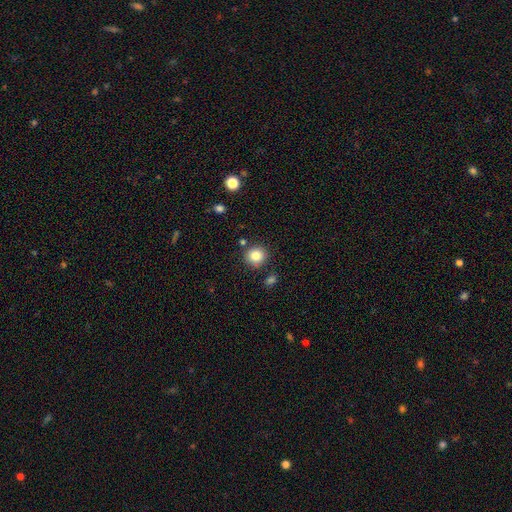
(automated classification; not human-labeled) smooth-or-featured: smooth: 84% | star or artifact: 10% | featured or disk: 6%
  how-rounded: round: 90% | in between: 9% | cigar-shaped: 1%
  merging: none: 85% | minor disturbance: 8% | merger: 5% | major disturbance: 2%